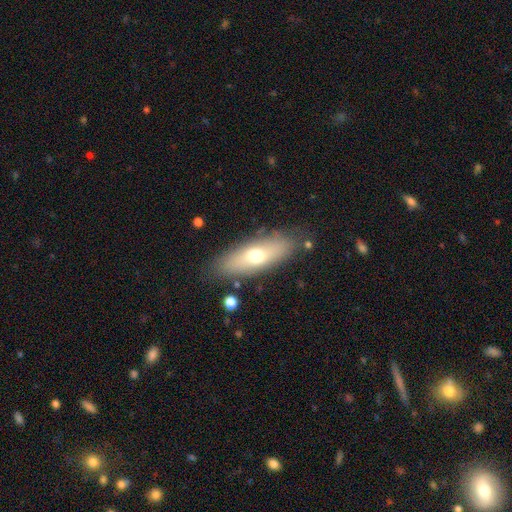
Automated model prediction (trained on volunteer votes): Smooth or featured?
  - smooth: 59% *
  - featured or disk: 33%
  - star or artifact: 8%
How rounded?
  - in between: 61% *
  - cigar-shaped: 36%
  - round: 3%
Merging?
  - none: 83% *
  - minor disturbance: 12%
  - major disturbance: 3%
  - merger: 3%